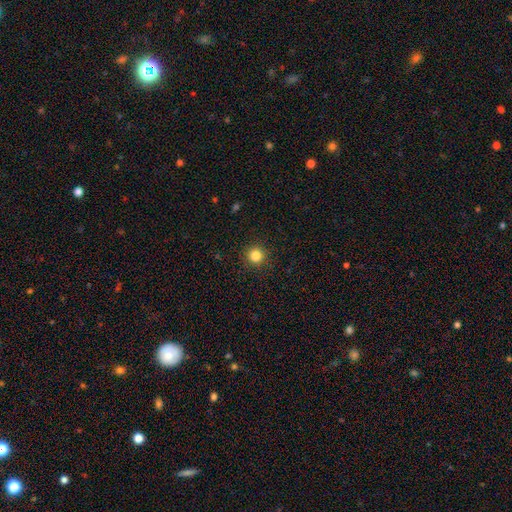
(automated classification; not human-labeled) smooth-or-featured: smooth: 84% | star or artifact: 12% | featured or disk: 4%
  how-rounded: round: 95% | in between: 4% | cigar-shaped: 1%
  merging: none: 92% | minor disturbance: 5% | major disturbance: 2% | merger: 1%